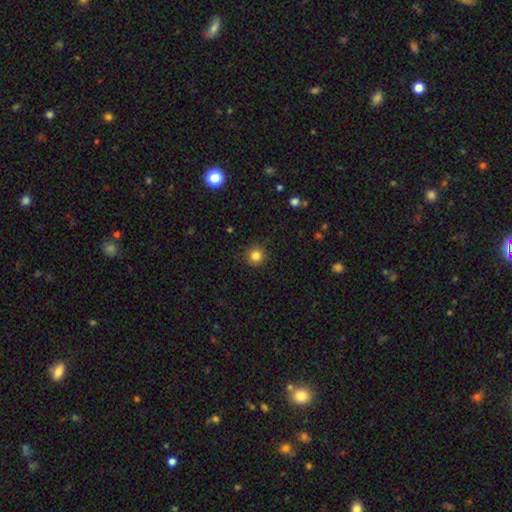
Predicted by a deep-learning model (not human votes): A smooth galaxy with no disk features (84%) that is round (94%). Merging: none (90%).